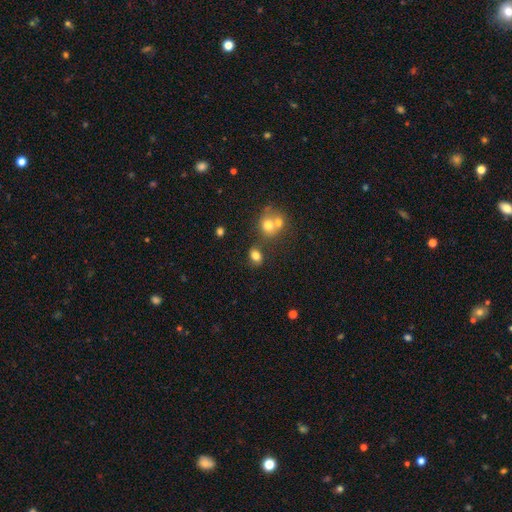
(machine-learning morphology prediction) A smooth galaxy with no disk features (78%) that is in between round and cigar-shaped (65%). Merging: none (64%).